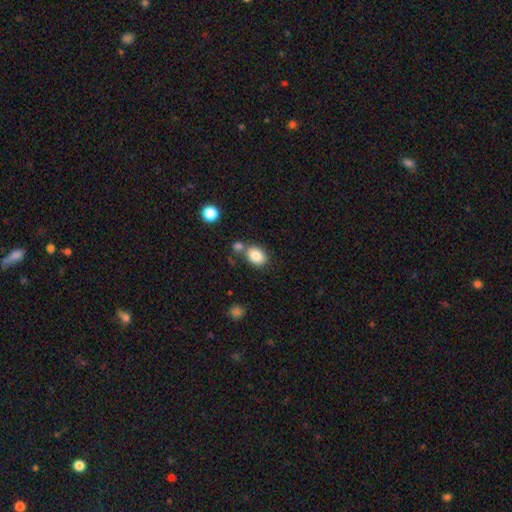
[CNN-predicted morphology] Smooth or featured? Predicted: smooth (p=0.84). How rounded? Predicted: in between (p=0.71). Merging? Predicted: none (p=0.63).